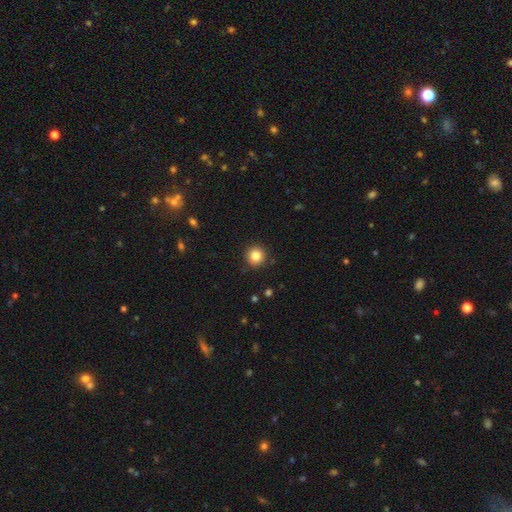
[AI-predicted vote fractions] Smooth or featured? smooth (84%)
How rounded? round (93%)
Merging? none (91%)